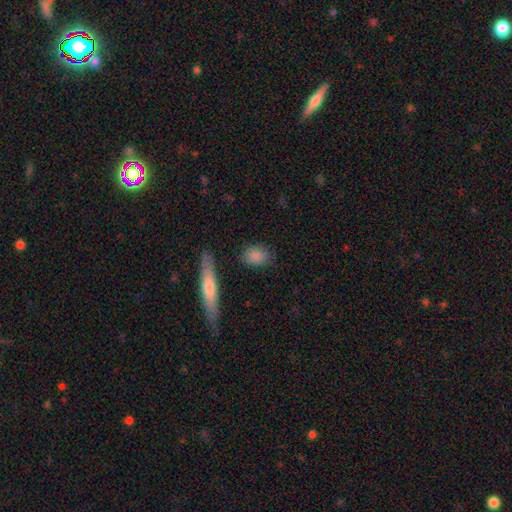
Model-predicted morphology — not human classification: A smooth galaxy with no disk features (85%) that is in between round and cigar-shaped (63%). Merging: none (82%).